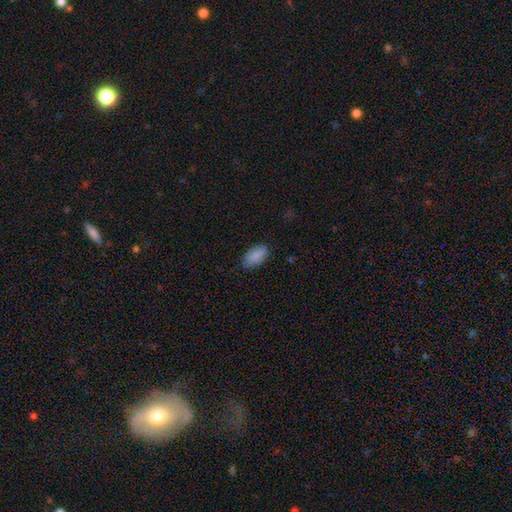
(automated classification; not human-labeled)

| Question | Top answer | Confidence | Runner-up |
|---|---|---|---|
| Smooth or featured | smooth | 88% | star or artifact (8%) |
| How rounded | in between | 93% | round (4%) |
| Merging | none | 80% | minor disturbance (16%) |